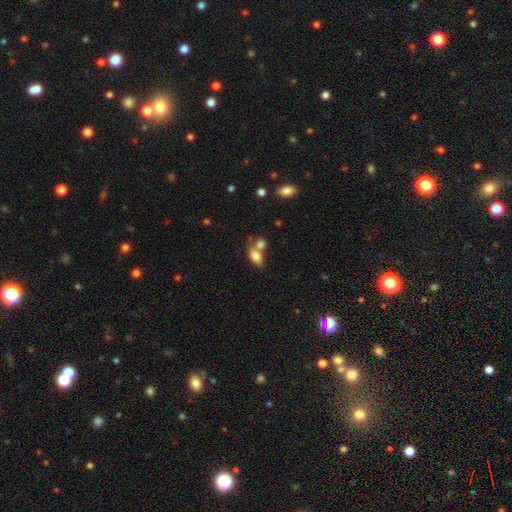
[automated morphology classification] Q: Smooth or featured?
A: smooth (80%); runner-up: featured or disk (11%)
Q: How rounded?
A: in between (87%); runner-up: round (8%)
Q: Merging?
A: merger (46%); runner-up: none (39%)